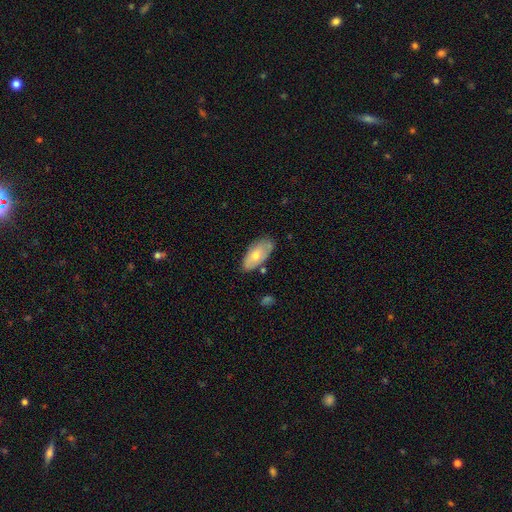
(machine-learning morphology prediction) A smooth galaxy with no disk features (58%) that is in between round and cigar-shaped (91%). Merging: none (71%).